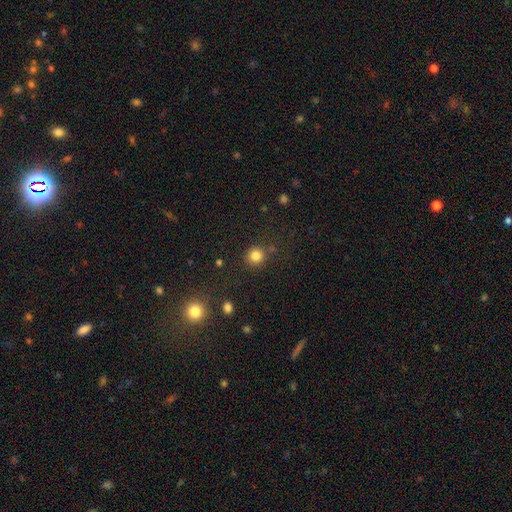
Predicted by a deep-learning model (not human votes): This appears to be a smooth galaxy with no disk features (83%) that is round (90%). Merging: none (82%).